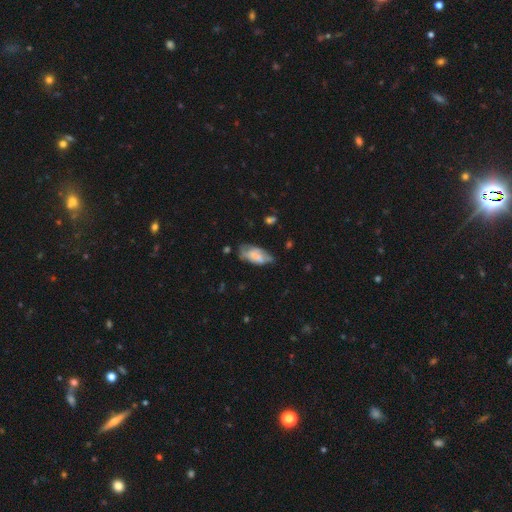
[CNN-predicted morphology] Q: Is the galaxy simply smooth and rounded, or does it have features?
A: smooth — 59%.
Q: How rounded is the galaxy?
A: in between — 89%.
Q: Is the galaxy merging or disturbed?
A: none — 41%.